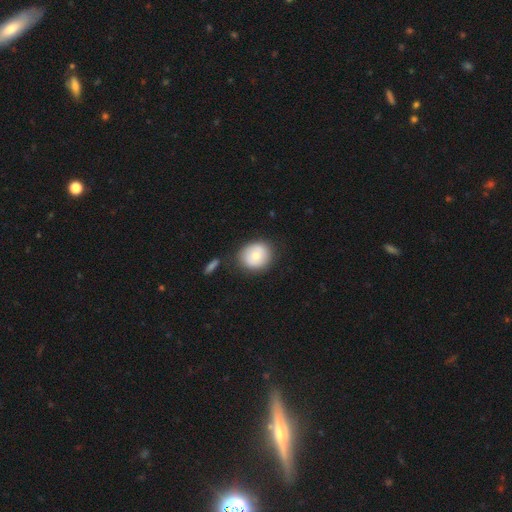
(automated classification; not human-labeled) Morphology: type=smooth (70%); roundness=round (81%); merging=none (78%).